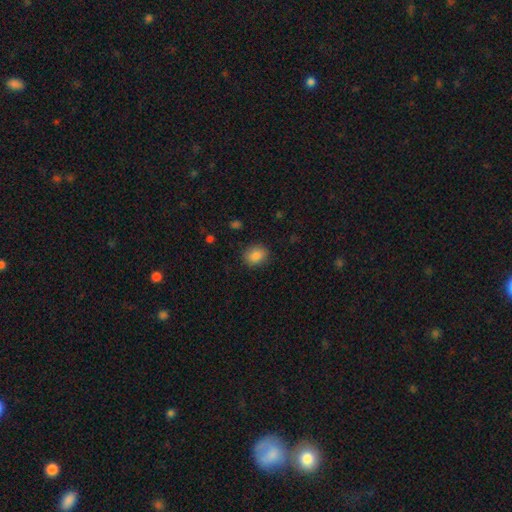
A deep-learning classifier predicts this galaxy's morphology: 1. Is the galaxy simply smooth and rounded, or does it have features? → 86% smooth, 9% star or artifact, 5% featured or disk.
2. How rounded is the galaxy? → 50% round, 49% in between, 1% cigar-shaped.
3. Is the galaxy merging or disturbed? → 87% none, 10% minor disturbance, 3% major disturbance, 1% merger.